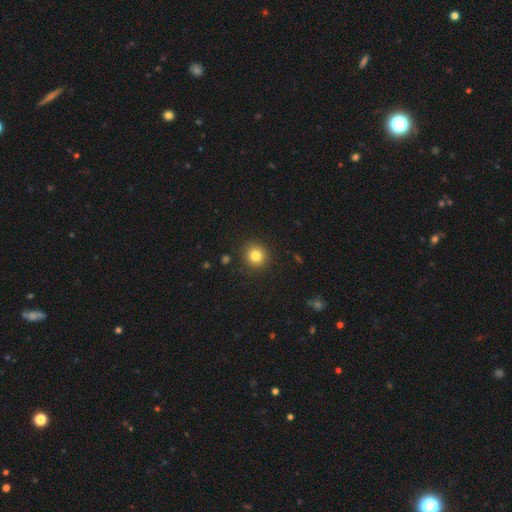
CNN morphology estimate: Smooth or featured? smooth (82%)
How rounded? round (93%)
Merging? none (90%)